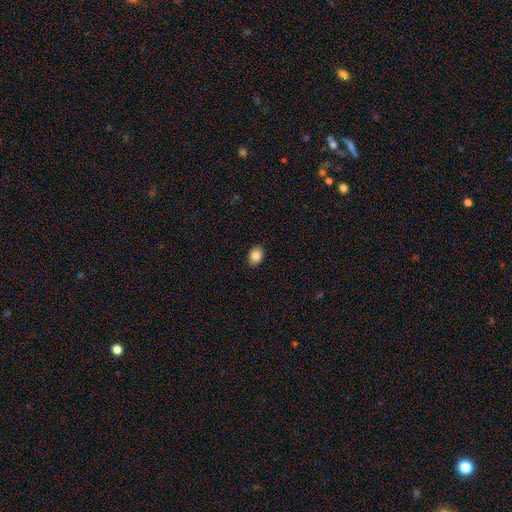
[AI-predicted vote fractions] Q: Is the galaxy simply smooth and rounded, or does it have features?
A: smooth — 86%.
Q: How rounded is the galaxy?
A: in between — 62%.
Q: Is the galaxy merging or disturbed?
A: none — 89%.